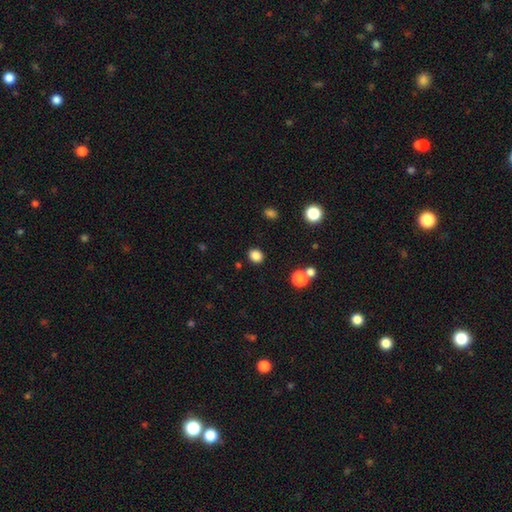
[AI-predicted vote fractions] Morphology: type=smooth (84%); roundness=round (64%); merging=none (87%).